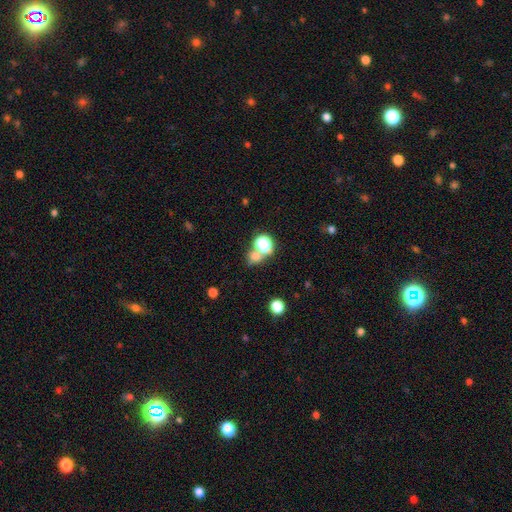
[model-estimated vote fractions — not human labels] Smooth or featured? Predicted: smooth (p=0.65). How rounded? Predicted: round (p=0.76). Merging? Predicted: none (p=0.53).